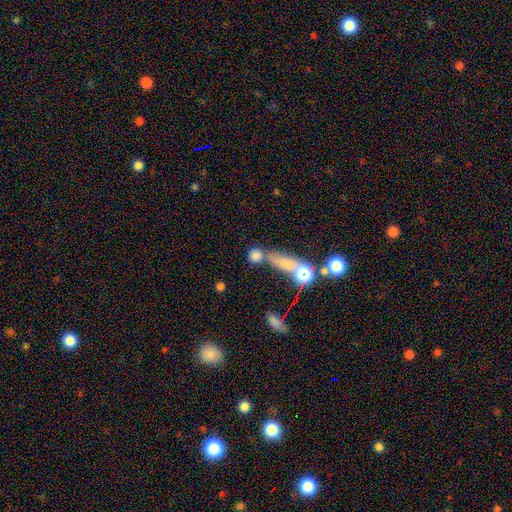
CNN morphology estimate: This appears to be a smooth galaxy with no disk features (73%) that is round (69%). Merging: none (53%).